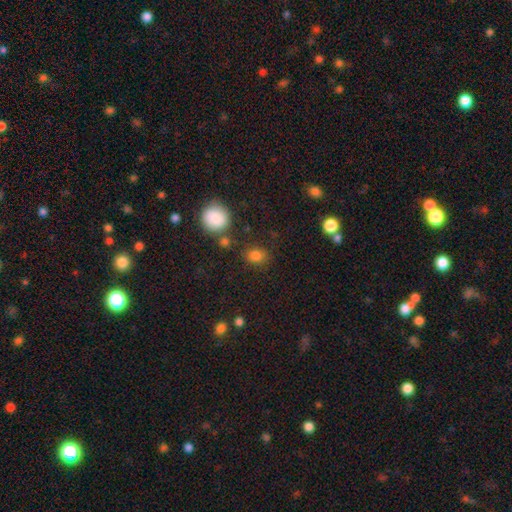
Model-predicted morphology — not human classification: Smooth or featured? Predicted: smooth (p=0.81). How rounded? Predicted: round (p=0.55). Merging? Predicted: none (p=0.78).